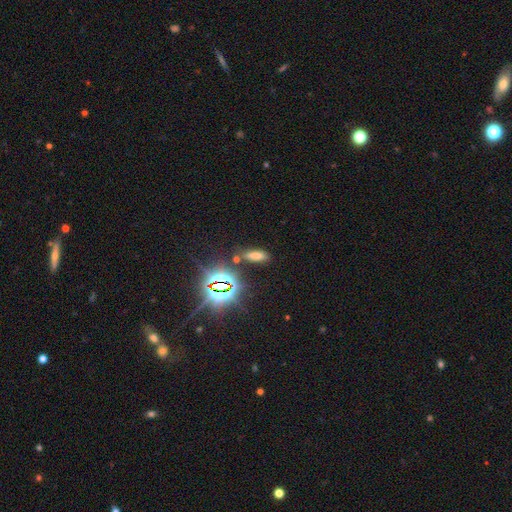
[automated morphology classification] smooth-or-featured: smooth: 58% | star or artifact: 34% | featured or disk: 8%
  how-rounded: in between: 61% | cigar-shaped: 34% | round: 6%
  merging: none: 77% | minor disturbance: 12% | merger: 6% | major disturbance: 5%